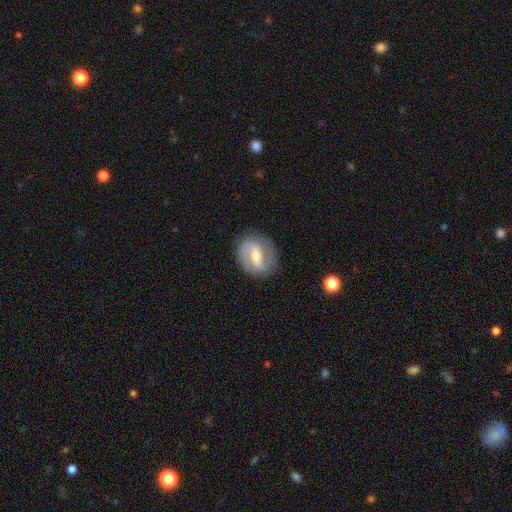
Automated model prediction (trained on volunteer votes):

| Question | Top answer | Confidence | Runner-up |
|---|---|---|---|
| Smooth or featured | featured or disk | 77% | smooth (18%) |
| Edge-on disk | no | 97% | yes (3%) |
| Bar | weak | 44% | strong (38%) |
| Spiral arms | yes | 88% | no (12%) |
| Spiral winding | medium | 47% | loose (27%) |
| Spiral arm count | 2 | 88% | can't tell (6%) |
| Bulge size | moderate | 53% | small (42%) |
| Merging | none | 83% | minor disturbance (12%) |